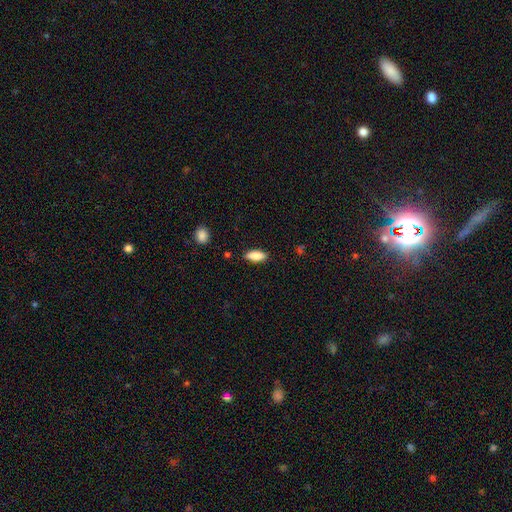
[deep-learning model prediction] Smooth or featured? smooth (84%)
How rounded? in between (81%)
Merging? none (86%)